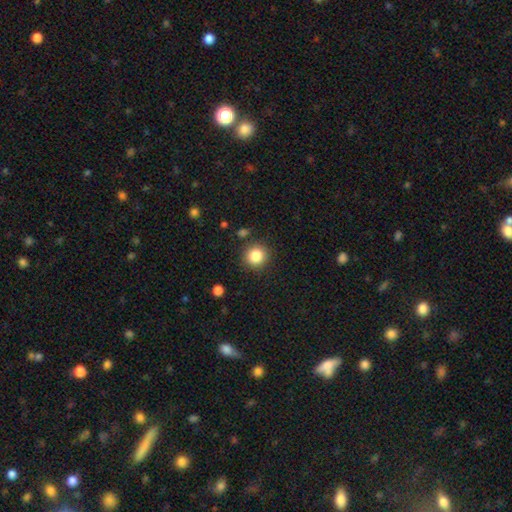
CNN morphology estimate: This appears to be a smooth galaxy with no disk features (84%) that is round (91%). Merging: none (88%).